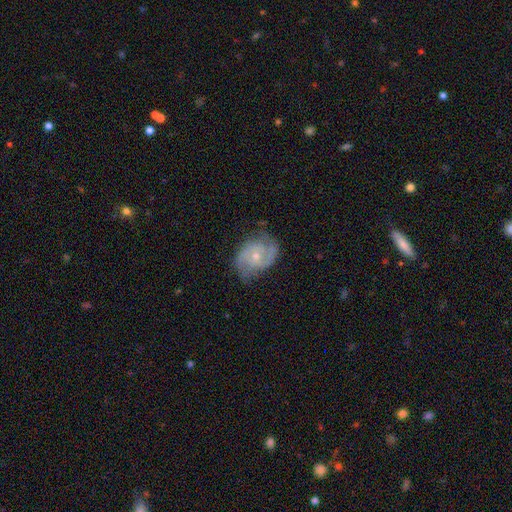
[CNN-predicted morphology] A featured or disk galaxy (84%) with no bar (66%), 2 (81%) medium (47%) spiral arms (96%) and a small central bulge (53%).

Vote fractions:
- Smooth or featured? featured or disk: 84% / smooth: 10% / star or artifact: 6%
- Edge-on disk? no: 97% / yes: 3%
- Bar? no: 66% / weak: 30% / strong: 5%
- Spiral arms? yes: 96% / no: 4%
- Spiral winding? medium: 47% / tight: 39% / loose: 14%
- Spiral arm count? 2: 81% / can't tell: 8% / 3: 6% / 1: 2% / 4: 2% / more than 4: 2%
- Bulge size? small: 53% / moderate: 43% / none: 2% / large: 1% / dominant: 1%
- Merging? none: 72% / minor disturbance: 20% / major disturbance: 6% / merger: 1%